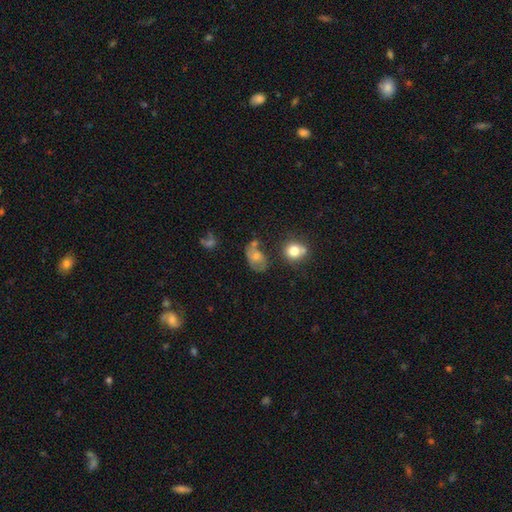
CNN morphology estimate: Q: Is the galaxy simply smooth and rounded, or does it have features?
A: smooth — 49%.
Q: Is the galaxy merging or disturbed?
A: none — 43%.